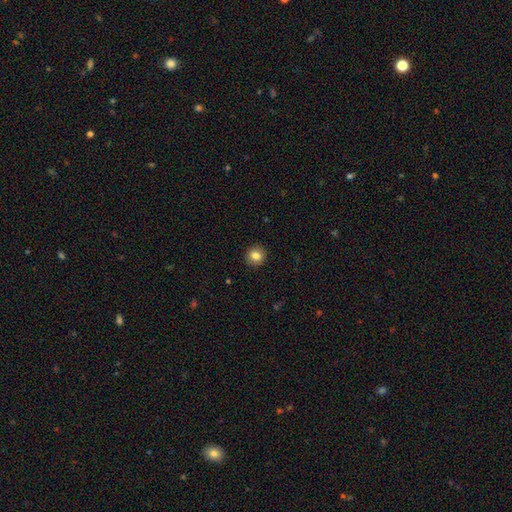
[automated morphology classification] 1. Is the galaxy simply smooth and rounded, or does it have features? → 83% smooth, 10% star or artifact, 7% featured or disk.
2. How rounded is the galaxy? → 90% round, 10% in between, 1% cigar-shaped.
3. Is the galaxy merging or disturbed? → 92% none, 5% minor disturbance, 2% major disturbance, 1% merger.